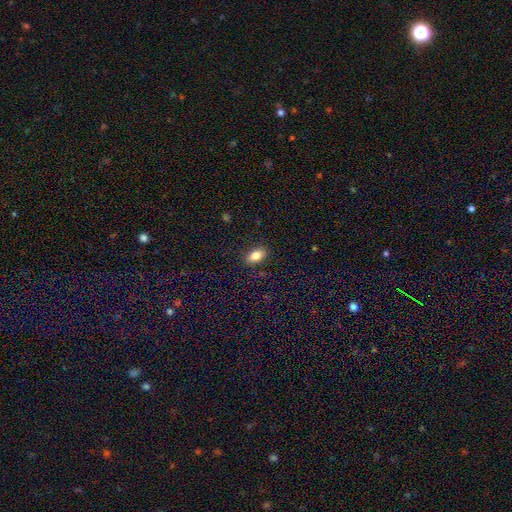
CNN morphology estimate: Smooth or featured? Predicted: smooth (p=0.81). How rounded? Predicted: in between (p=0.88). Merging? Predicted: none (p=0.87).